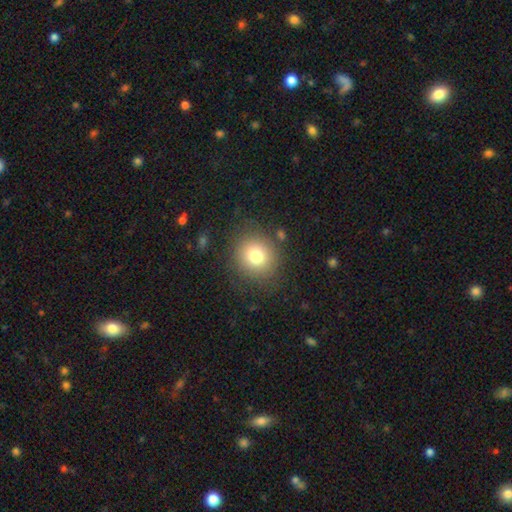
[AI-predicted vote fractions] Smooth or featured?
  - smooth: 77% *
  - star or artifact: 12%
  - featured or disk: 11%
How rounded?
  - round: 86% *
  - in between: 13%
  - cigar-shaped: 1%
Merging?
  - none: 83% *
  - minor disturbance: 10%
  - major disturbance: 5%
  - merger: 2%